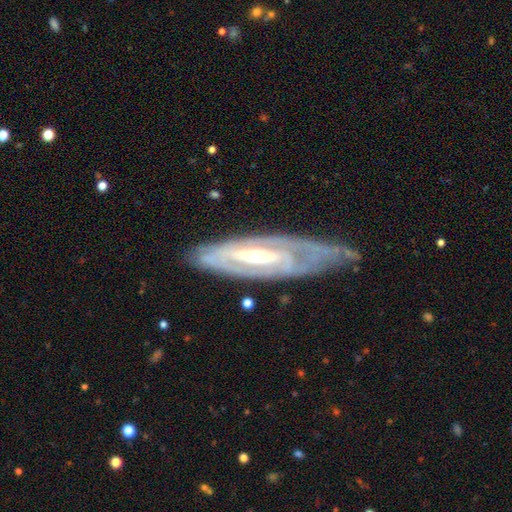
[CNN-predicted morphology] smooth-or-featured: featured or disk: 85% | smooth: 10% | star or artifact: 5%
  disk-edge-on: no: 80% | yes: 20%
    bar: strong: 38% | weak: 37% | no: 25%
    has-spiral-arms: yes: 84% | no: 16%
      spiral-winding: tight: 65% | medium: 27% | loose: 8%
      spiral-arm-count: 2: 41% | can't tell: 40% | 1: 7% | 3: 6% | 4: 3% | more than 4: 3%
    bulge-size: moderate: 51% | small: 44% | large: 3% | none: 1% | dominant: 1%
  merging: none: 57% | minor disturbance: 28% | major disturbance: 14% | merger: 2%